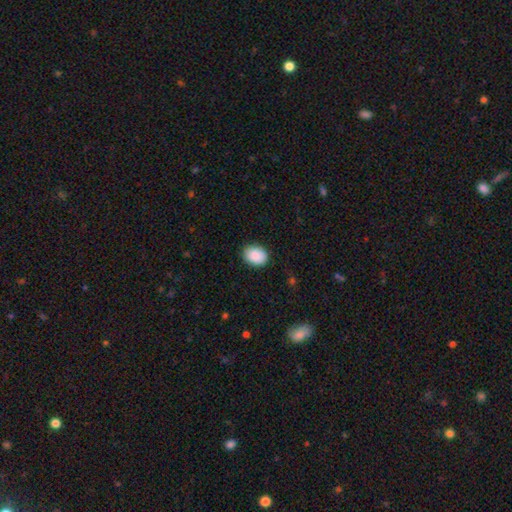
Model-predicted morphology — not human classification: Overall: smooth (90%). How rounded: in between (61%; round 38%). Merging: none (85%).